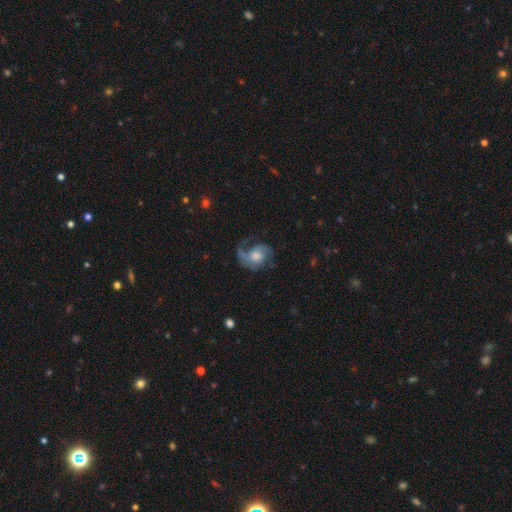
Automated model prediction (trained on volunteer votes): smooth-or-featured: featured or disk: 74% | smooth: 19% | star or artifact: 7%
  disk-edge-on: no: 98% | yes: 2%
    bar: no: 70% | weak: 26% | strong: 4%
    has-spiral-arms: yes: 92% | no: 8%
      spiral-winding: medium: 42% (tied) | loose: 42% (tied) | tight: 15%
      spiral-arm-count: 2: 62% | 1: 24% | can't tell: 6% | 3: 4% | 4: 2% | more than 4: 2%
    bulge-size: moderate: 51% | small: 21% | large: 20% | none: 6% | dominant: 3%
  merging: none: 48% | major disturbance: 28% | minor disturbance: 21% | merger: 2%